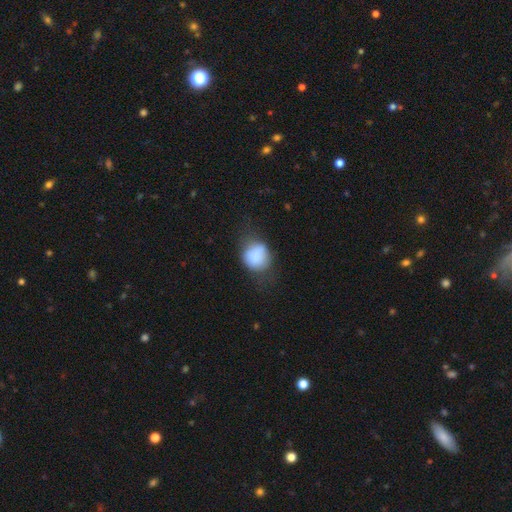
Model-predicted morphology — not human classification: type=smooth (80%); roundness=round (65%); merging=none (44%).